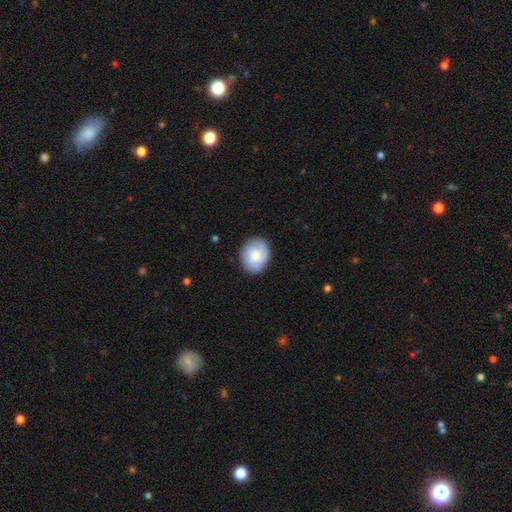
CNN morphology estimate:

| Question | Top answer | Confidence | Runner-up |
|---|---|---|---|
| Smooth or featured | smooth | 67% | featured or disk (26%) |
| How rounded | round | 53% | in between (46%) |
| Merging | none | 84% | minor disturbance (12%) |